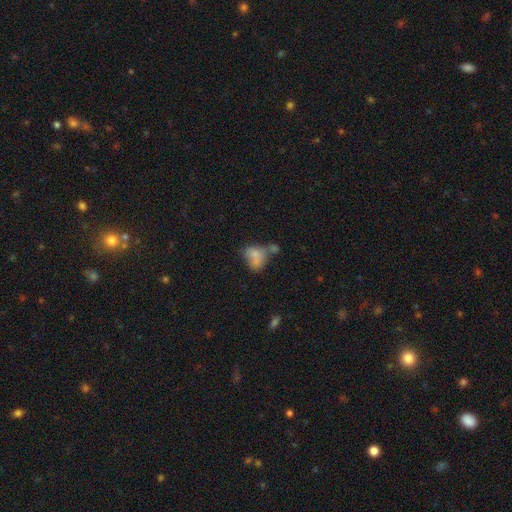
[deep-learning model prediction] This is likely a smooth galaxy (70%). How rounded: likely in between (73%). Merging: marginally merger (42%).